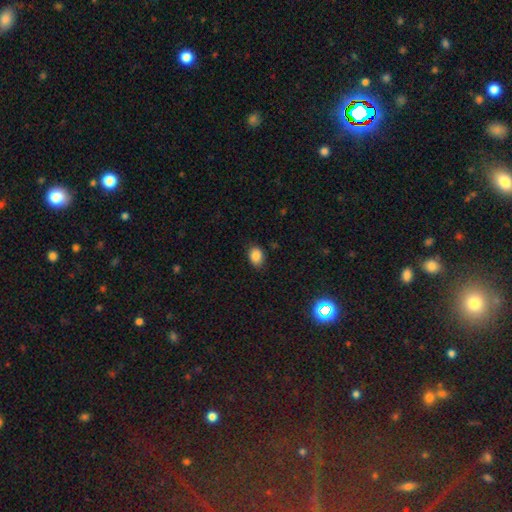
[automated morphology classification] This is clearly a smooth galaxy (86%). How rounded: likely in between (69%). Merging: clearly none (80%).